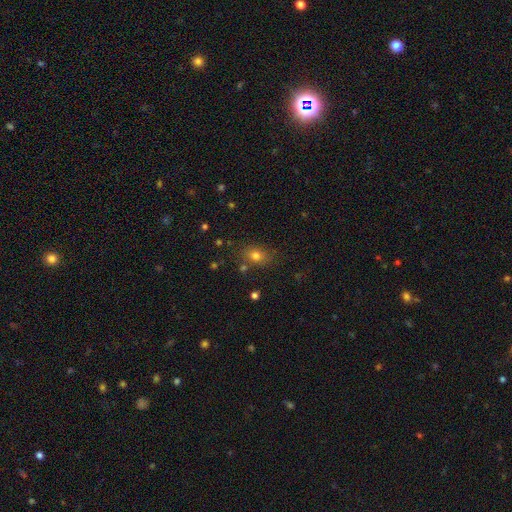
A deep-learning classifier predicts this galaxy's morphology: smooth_or_featured: smooth (p=0.76) [alt: star or artifact p=0.14]
how_rounded: in between (p=0.60) [alt: round p=0.38]
merging: none (p=0.77) [alt: minor disturbance p=0.13]